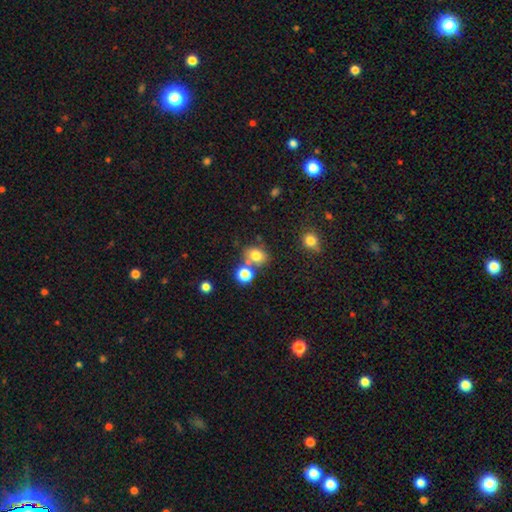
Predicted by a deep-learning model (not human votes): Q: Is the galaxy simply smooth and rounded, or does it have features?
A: smooth — 76%.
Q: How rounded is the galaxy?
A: round — 61%.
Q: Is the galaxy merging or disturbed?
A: none — 59%.